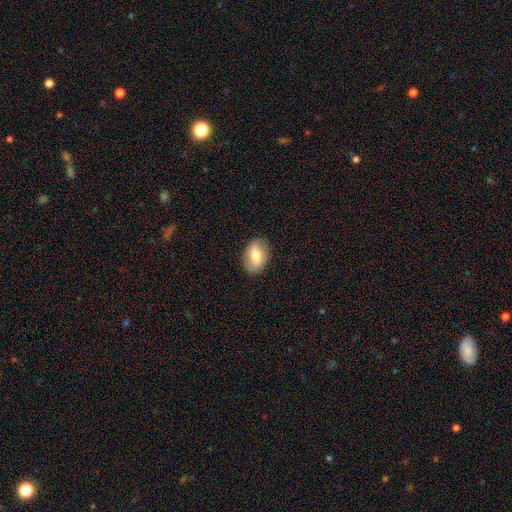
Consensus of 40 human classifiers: smooth-or-featured: smooth: 65% | featured or disk: 22% | star or artifact: 12%
  how-rounded: in between: 77% | round: 23% | cigar-shaped: 0%
  merging: none: 80% | minor disturbance: 11% | major disturbance: 6% | merger: 3%